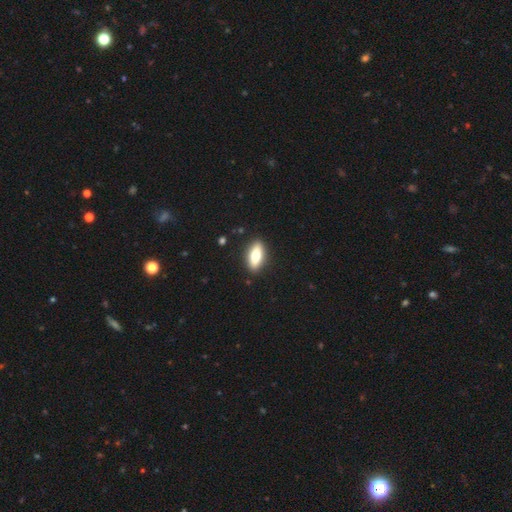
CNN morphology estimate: The model was most divided on "smooth or featured": smooth: 67%, featured or disk: 26%, star or artifact: 6%. More confident: merging — none (89%); how rounded — in between (77%).